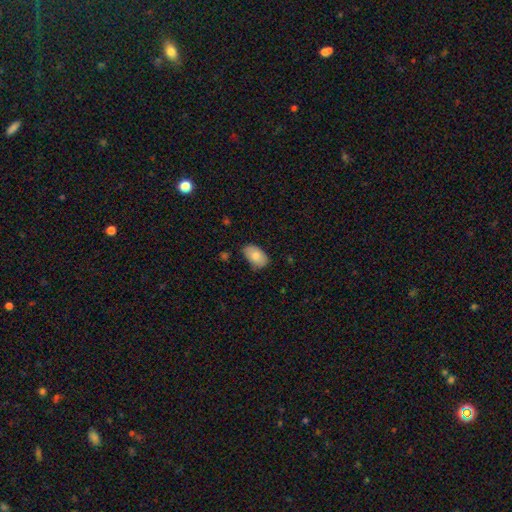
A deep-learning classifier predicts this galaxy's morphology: A smooth galaxy with no disk features (81%) that is in between round and cigar-shaped (92%). Merging: none (70%).